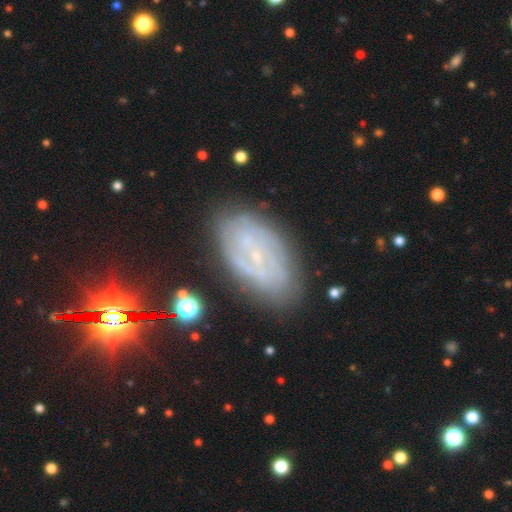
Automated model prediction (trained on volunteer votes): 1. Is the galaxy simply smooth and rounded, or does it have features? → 71% featured or disk, 18% smooth, 11% star or artifact.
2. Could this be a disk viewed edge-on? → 95% no, 5% yes.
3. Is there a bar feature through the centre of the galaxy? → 45% no, 41% weak, 14% strong.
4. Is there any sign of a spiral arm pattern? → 77% yes, 23% no.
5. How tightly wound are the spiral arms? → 53% tight, 32% medium, 15% loose.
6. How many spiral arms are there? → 48% can't tell, 31% 2, 8% 3, 5% 4, 4% 1, 4% more than 4.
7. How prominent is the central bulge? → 76% small, 12% none, 10% moderate, 1% large, 1% dominant.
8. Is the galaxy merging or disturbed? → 74% none, 17% minor disturbance, 6% major disturbance, 3% merger.